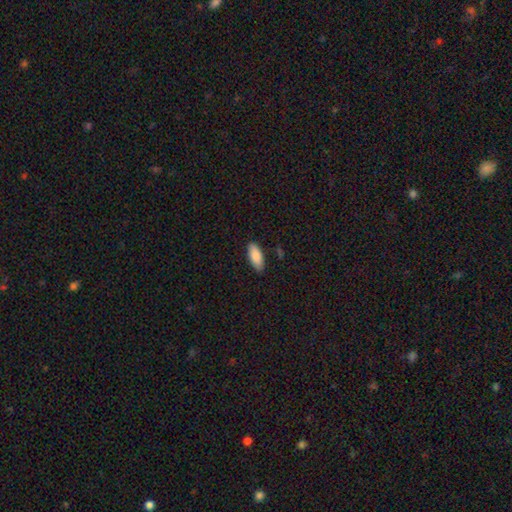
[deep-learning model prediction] Smooth or featured?
  - smooth: 87% *
  - featured or disk: 7%
  - star or artifact: 6%
How rounded?
  - in between: 83% *
  - cigar-shaped: 15%
  - round: 2%
Merging?
  - none: 86% *
  - minor disturbance: 10%
  - major disturbance: 2%
  - merger: 1%